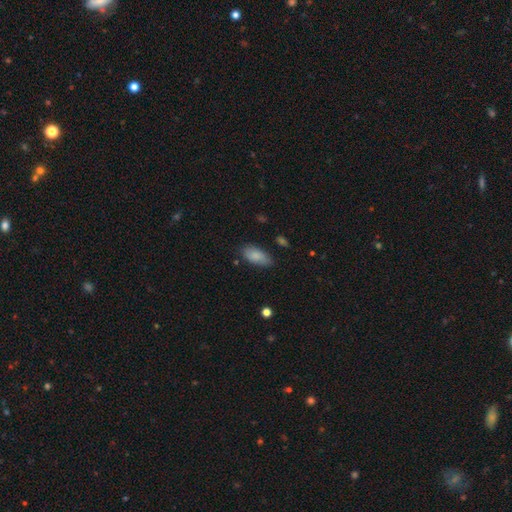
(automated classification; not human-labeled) smooth 86%, featured or disk 7%, star or artifact 7%. Down the decision tree: how rounded — in between (90%); merging — none (77%).